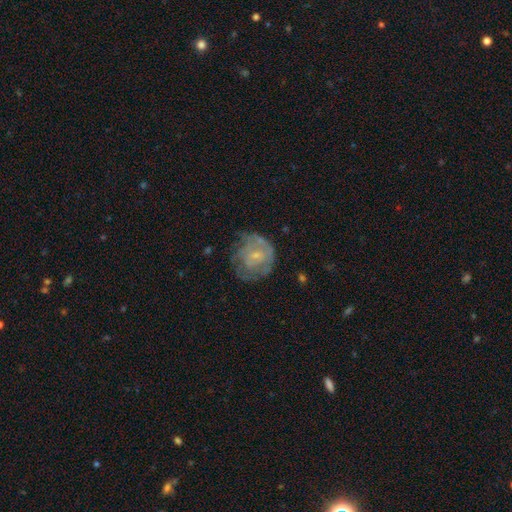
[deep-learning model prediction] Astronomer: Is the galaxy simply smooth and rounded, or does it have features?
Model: featured or disk — 60%.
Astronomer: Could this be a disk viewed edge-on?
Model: no — 97%.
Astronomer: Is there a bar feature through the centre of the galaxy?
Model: no — 65%.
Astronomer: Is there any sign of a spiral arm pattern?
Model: yes — 59% (runner-up: no, 41%).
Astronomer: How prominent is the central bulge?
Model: small — 67%.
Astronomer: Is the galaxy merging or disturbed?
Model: none — 51%.